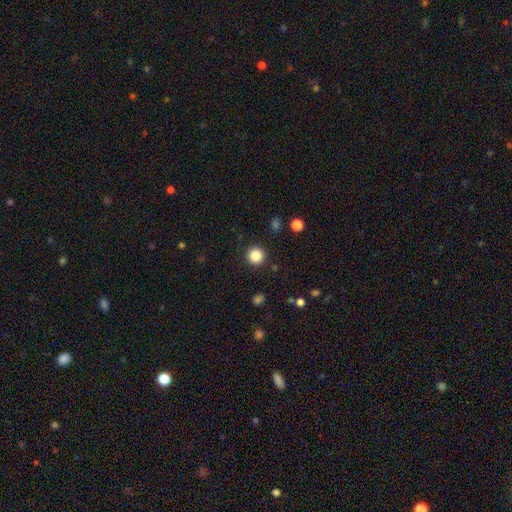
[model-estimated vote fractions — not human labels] smooth-or-featured: smooth: 85% | star or artifact: 11% | featured or disk: 4%
  how-rounded: round: 95% | in between: 4% | cigar-shaped: 1%
  merging: none: 92% | minor disturbance: 5% | major disturbance: 2% | merger: 1%